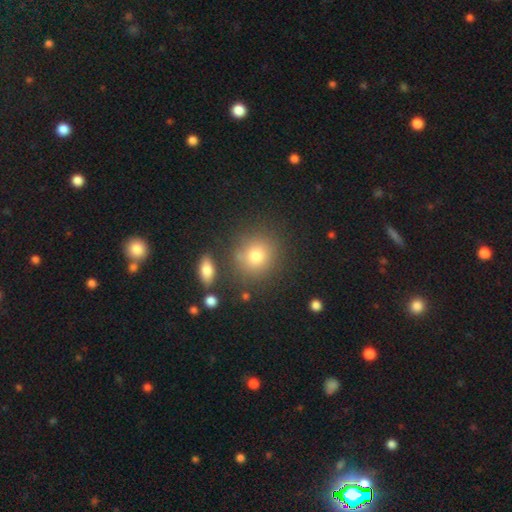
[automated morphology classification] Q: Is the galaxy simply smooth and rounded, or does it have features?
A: smooth — 75%.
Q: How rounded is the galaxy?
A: round — 82%.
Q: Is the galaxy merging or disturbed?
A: none — 80%.